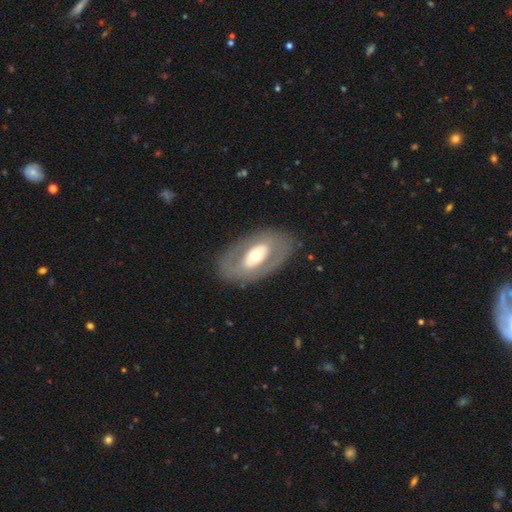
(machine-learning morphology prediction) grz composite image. It shows a featured or disk galaxy (60%) with no bar (72%), no spiral arms (86%) and a moderate central bulge (63%). Merging: none (81%).